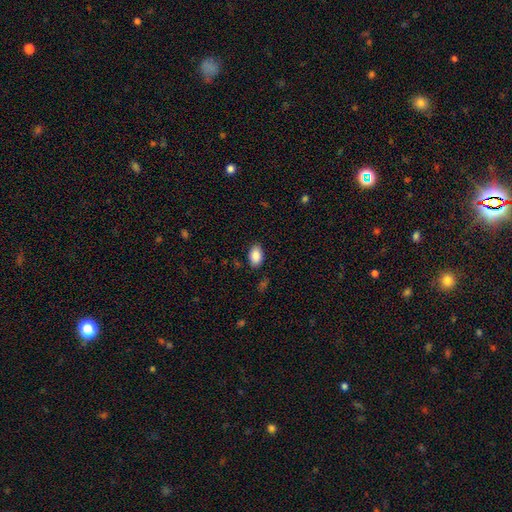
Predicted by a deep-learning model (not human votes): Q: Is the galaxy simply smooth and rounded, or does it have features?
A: smooth — 89%.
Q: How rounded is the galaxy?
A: in between — 91%.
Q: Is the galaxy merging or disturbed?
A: none — 85%.